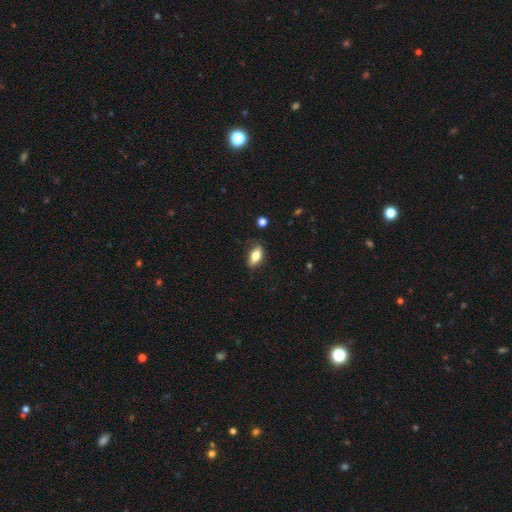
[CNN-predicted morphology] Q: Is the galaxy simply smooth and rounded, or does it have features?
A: smooth — 78%.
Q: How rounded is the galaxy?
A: in between — 86%.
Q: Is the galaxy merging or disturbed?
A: none — 79%.